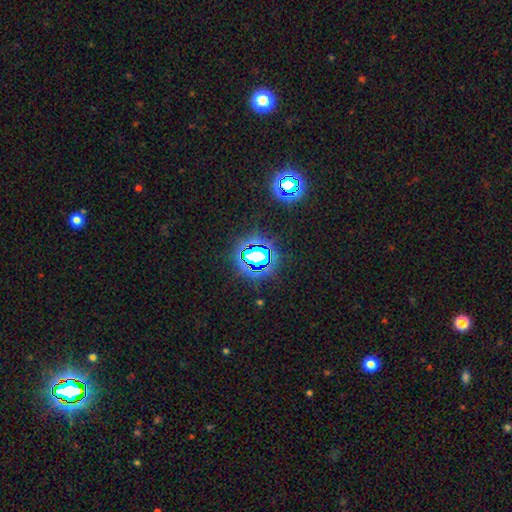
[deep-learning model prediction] smooth_or_featured: star or artifact (p=0.71) [alt: smooth p=0.17]